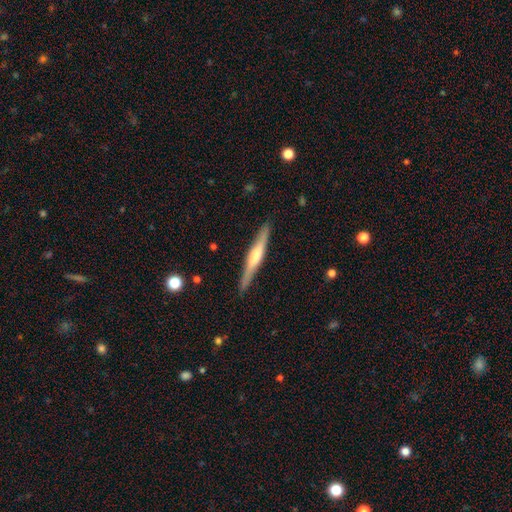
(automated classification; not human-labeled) Smooth or featured? Predicted: featured or disk (p=0.61). Edge-on disk? Predicted: yes (p=0.97). Edge-on bulge? Predicted: rounded (p=0.62). Merging? Predicted: none (p=0.89).